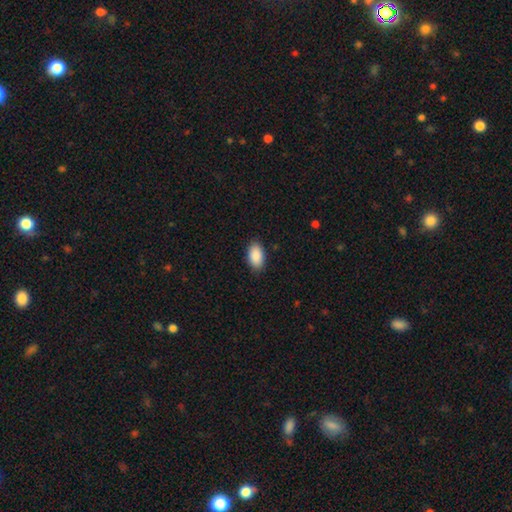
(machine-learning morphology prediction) This is clearly a smooth galaxy (91%). How rounded: clearly in between (95%). Merging: clearly none (88%).